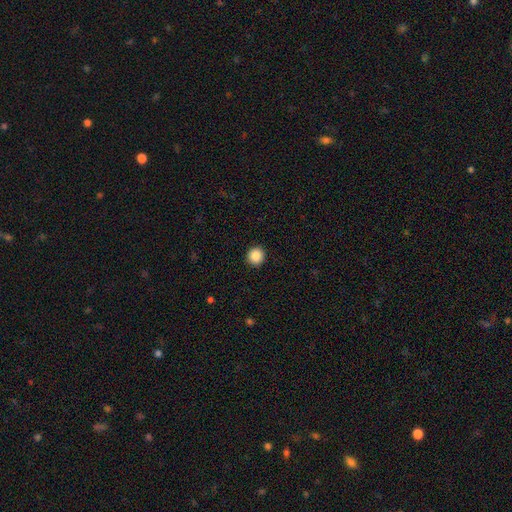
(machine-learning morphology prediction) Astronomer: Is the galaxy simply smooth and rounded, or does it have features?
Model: smooth — 87%.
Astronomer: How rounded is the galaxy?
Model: round — 94%.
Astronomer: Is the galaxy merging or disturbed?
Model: none — 93%.